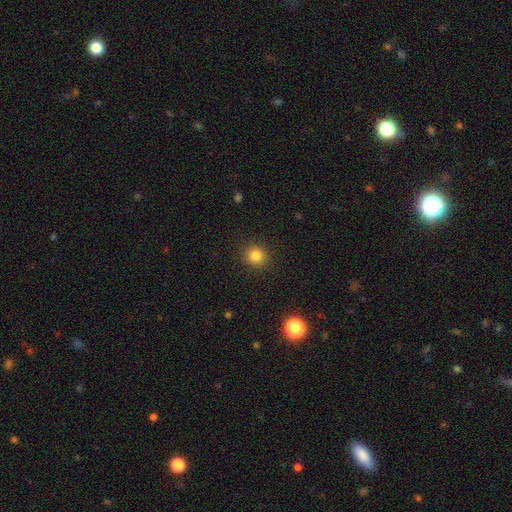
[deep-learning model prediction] smooth-or-featured: smooth: 83% | star or artifact: 12% | featured or disk: 5%
  how-rounded: round: 92% | in between: 8% | cigar-shaped: 1%
  merging: none: 91% | minor disturbance: 6% | major disturbance: 2% | merger: 1%